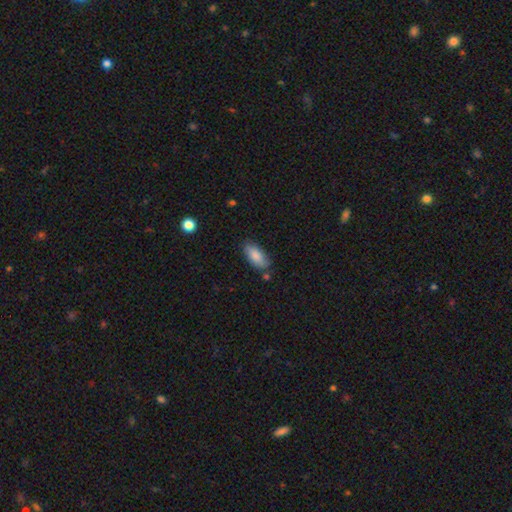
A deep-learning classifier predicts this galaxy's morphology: Smooth or featured? smooth (85%)
How rounded? in between (90%)
Merging? none (75%)